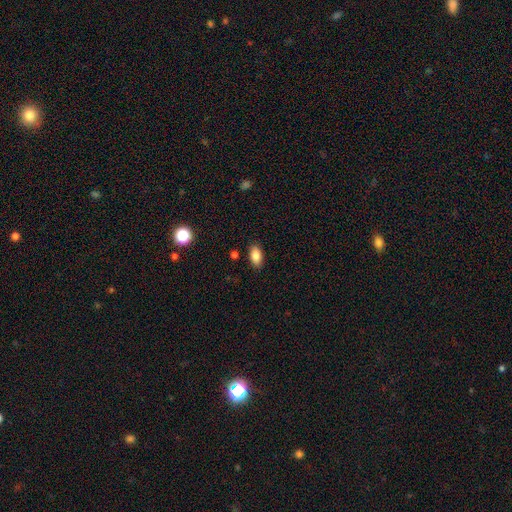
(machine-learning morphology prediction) smooth_or_featured: smooth (p=0.86) [alt: star or artifact p=0.08]
how_rounded: in between (p=0.91) [alt: round p=0.05]
merging: none (p=0.87) [alt: minor disturbance p=0.09]